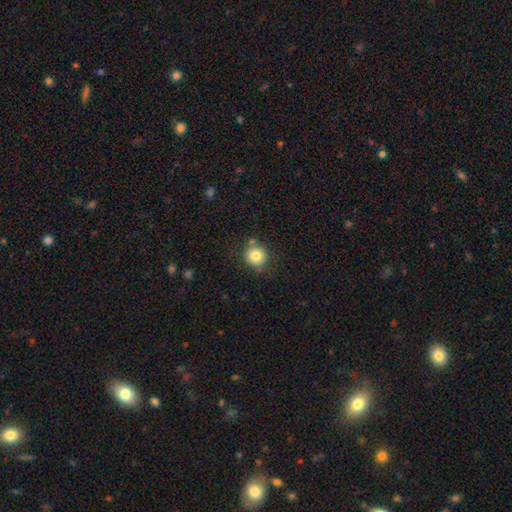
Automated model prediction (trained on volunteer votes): This appears to be a smooth galaxy with no disk features (81%) that is round (91%). Merging: none (78%).